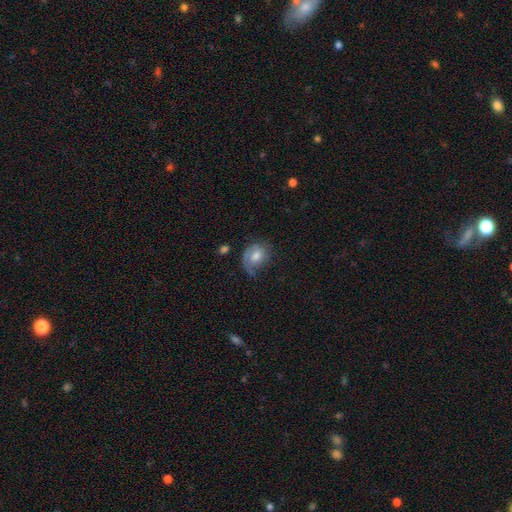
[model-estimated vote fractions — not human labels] featured or disk 50%, smooth 42%, star or artifact 8%. Down the decision tree: merging — none (52%).